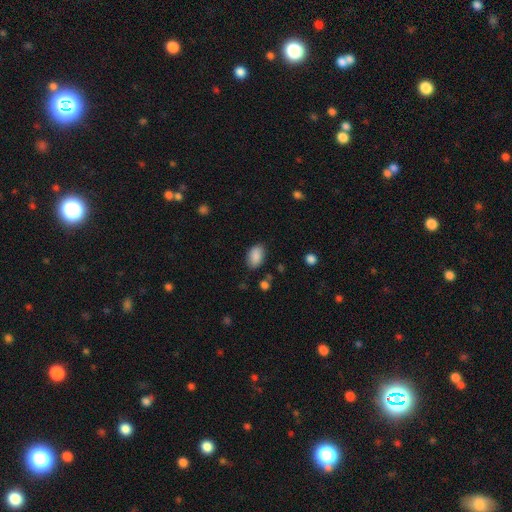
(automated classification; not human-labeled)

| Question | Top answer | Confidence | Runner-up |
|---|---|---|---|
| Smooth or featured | smooth | 88% | star or artifact (8%) |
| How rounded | in between | 89% | round (10%) |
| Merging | none | 82% | minor disturbance (13%) |